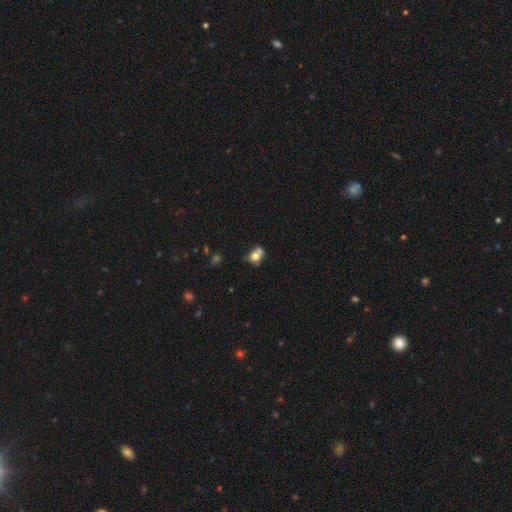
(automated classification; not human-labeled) This appears to be a smooth galaxy with no disk features (69%) that is round (60%). Merging: merger (48%).